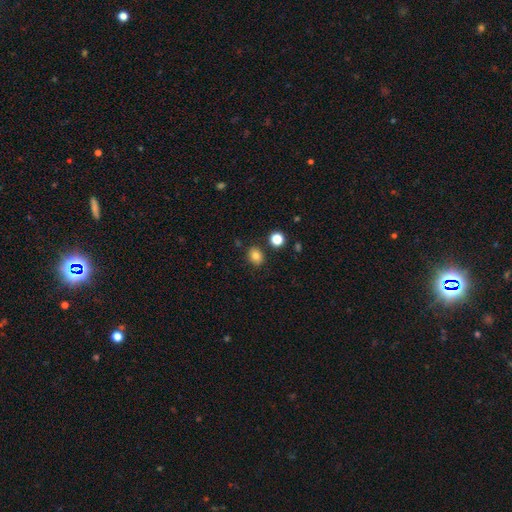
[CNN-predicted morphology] The model was most divided on "how rounded": round: 58%, in between: 41%, cigar-shaped: 1%. More confident: merging — none (84%); smooth or featured — smooth (82%).